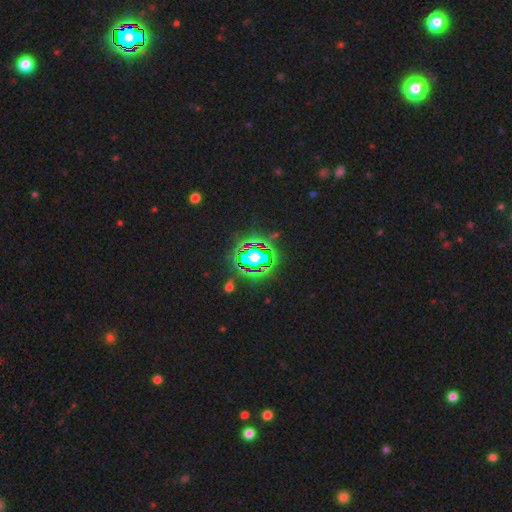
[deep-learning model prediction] A star or artifact, not a galaxy (81%).